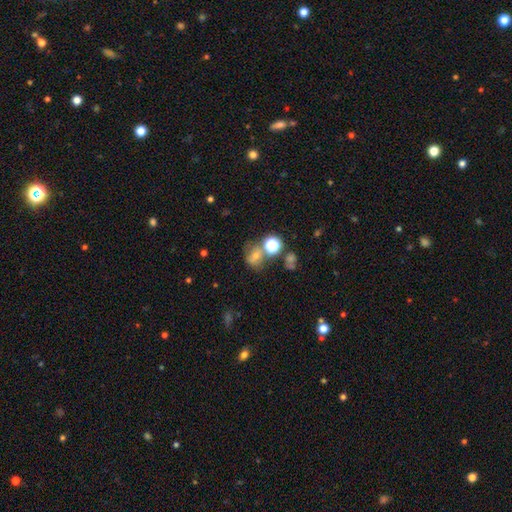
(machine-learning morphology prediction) type=smooth (57%); roundness=round (65%); merging=none (51%).